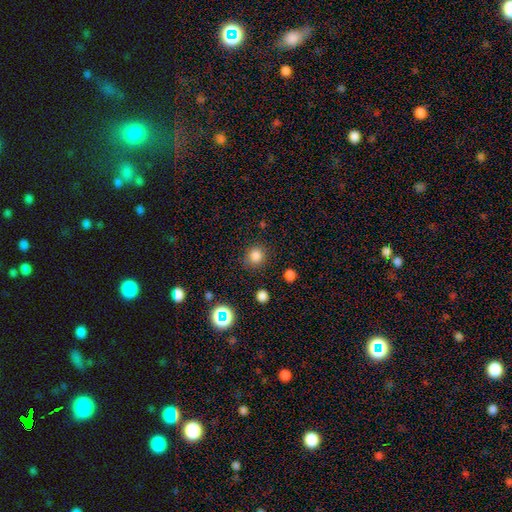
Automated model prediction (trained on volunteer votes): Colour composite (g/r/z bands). It shows a smooth galaxy with no disk features (82%) that is round (86%). Merging: none (85%).